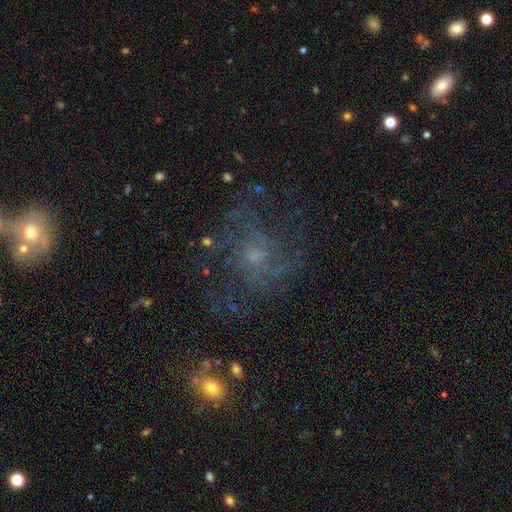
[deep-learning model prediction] Smooth or featured? Predicted: featured or disk (p=0.66). Edge-on disk? Predicted: no (p=0.97). Bar? Predicted: no (p=0.73). Spiral arms? Predicted: yes (p=0.80). Spiral winding? Predicted: medium (p=0.44). Spiral arm count? Predicted: can't tell (p=0.39). Bulge size? Predicted: small (p=0.59). Merging? Predicted: none (p=0.58).